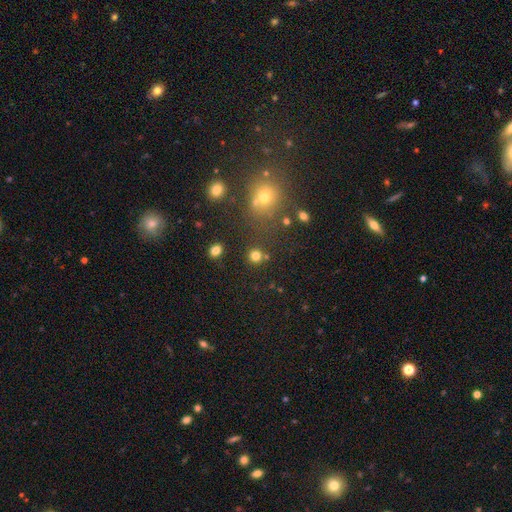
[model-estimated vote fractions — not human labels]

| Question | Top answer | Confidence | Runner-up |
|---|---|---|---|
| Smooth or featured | smooth | 77% | star or artifact (18%) |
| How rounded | round | 91% | in between (8%) |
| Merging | none | 82% | merger (8%) |